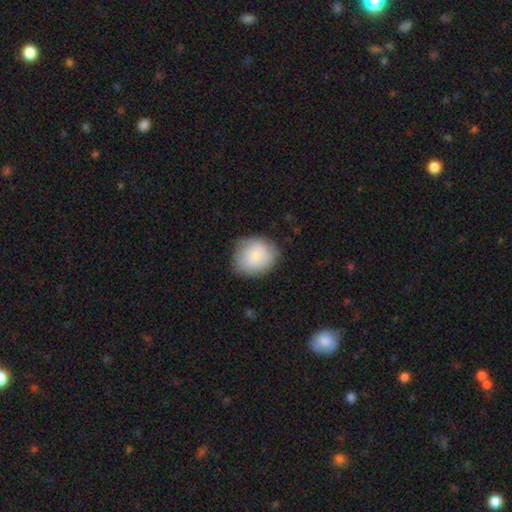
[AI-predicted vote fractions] smooth 84%, featured or disk 10%, star or artifact 7%. Down the decision tree: how rounded — round (66%); merging — none (79%).